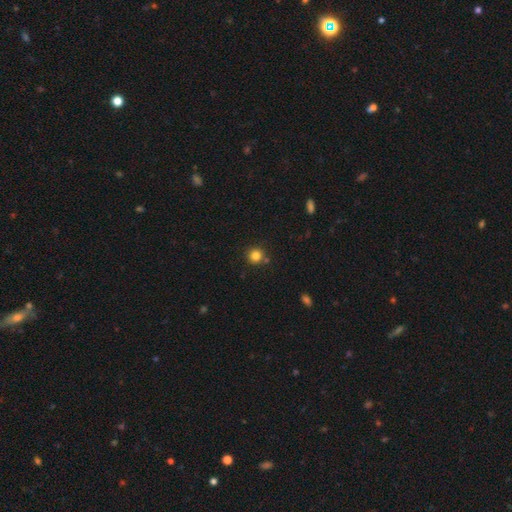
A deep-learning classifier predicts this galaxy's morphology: A smooth galaxy with no disk features (82%) that is round (93%). Merging: none (81%).